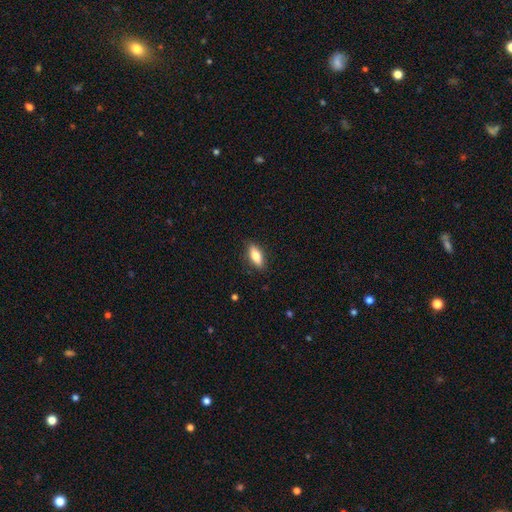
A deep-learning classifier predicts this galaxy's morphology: This appears to be a smooth galaxy with no disk features (75%) that is in between round and cigar-shaped (69%). Merging: none (86%).